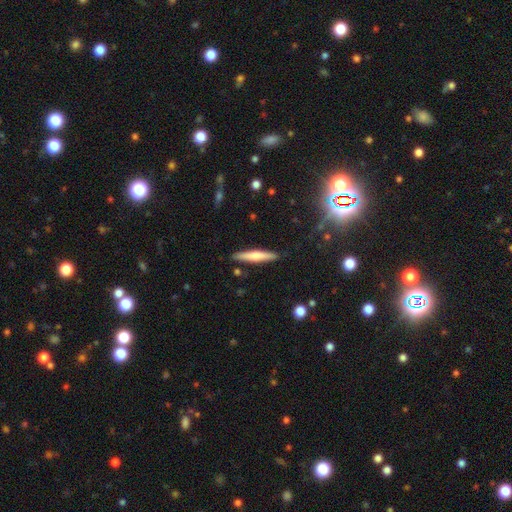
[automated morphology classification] smooth_or_featured: smooth (p=0.58) [alt: featured or disk p=0.36]
how_rounded: cigar-shaped (p=0.91) [alt: in between p=0.07]
merging: none (p=0.89) [alt: minor disturbance p=0.08]